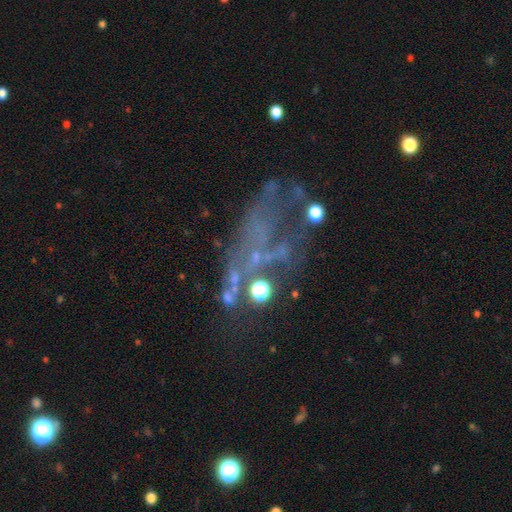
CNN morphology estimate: Smooth or featured? Predicted: featured or disk (p=0.49). Merging? Predicted: none (p=0.41).